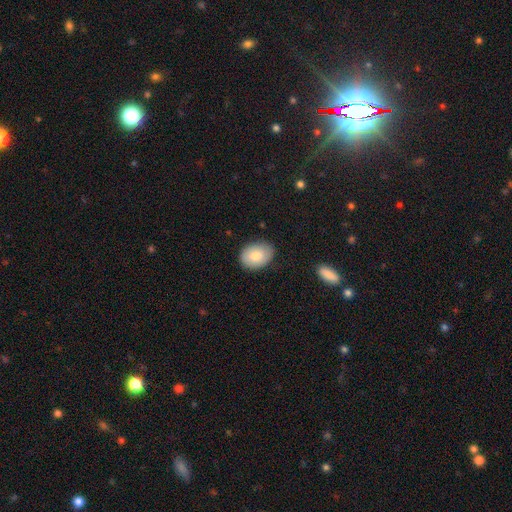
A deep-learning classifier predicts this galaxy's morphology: Q: Smooth or featured?
A: smooth (77%); runner-up: featured or disk (16%)
Q: How rounded?
A: in between (77%); runner-up: round (22%)
Q: Merging?
A: none (82%); runner-up: minor disturbance (14%)